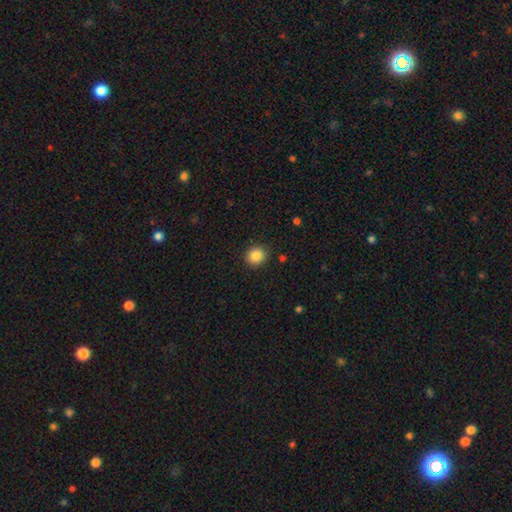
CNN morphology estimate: A smooth galaxy with no disk features (86%) that is round (82%). Merging: none (89%).